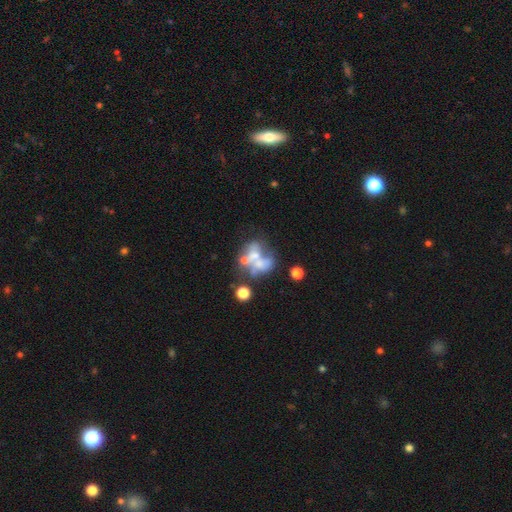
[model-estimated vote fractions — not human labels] The model was most divided on "merging": merger: 44%, none: 22%, major disturbance: 22%, minor disturbance: 12%. Remaining: edge-on disk — no (98%); spiral arms — no (91%); bar — no (89%); smooth or featured — featured or disk (56%); bulge size — none (48%).